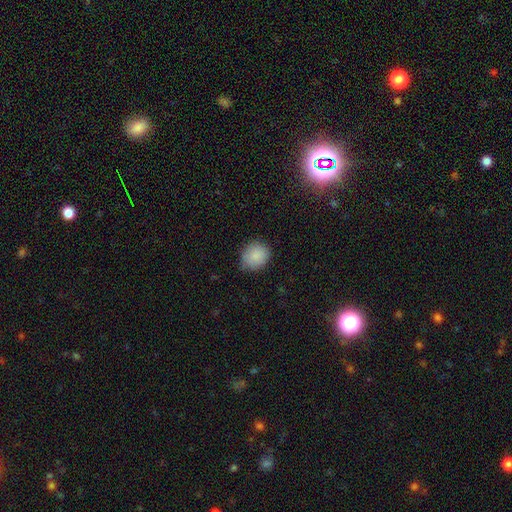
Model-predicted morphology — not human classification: This appears to be a smooth galaxy with no disk features (87%) that is round (70%). Merging: none (71%).